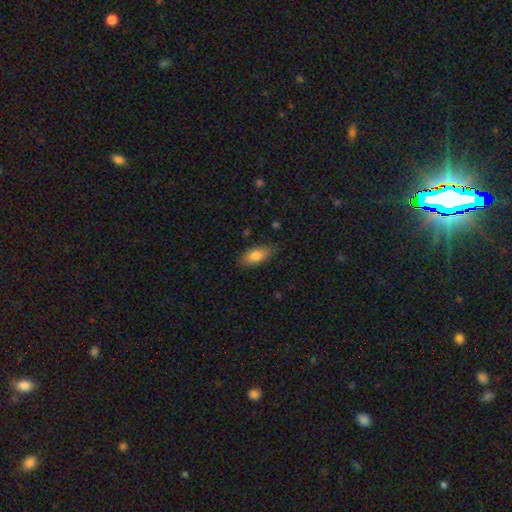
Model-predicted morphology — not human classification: Smooth or featured: smooth — 82% (featured or disk — 11%)
How rounded: in between — 87% (cigar-shaped — 10%)
Merging: none — 80% (minor disturbance — 16%)